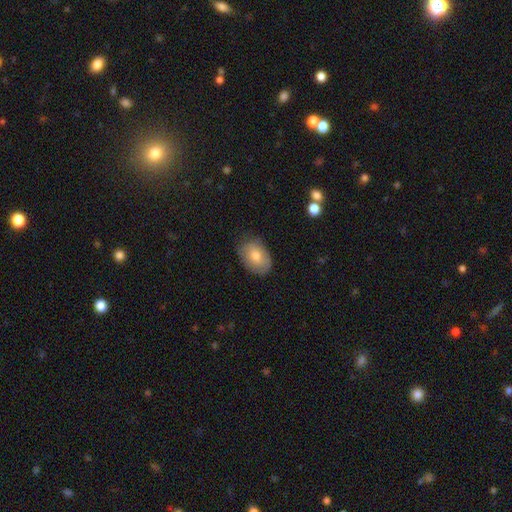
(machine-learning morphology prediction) Smooth or featured: smooth — 72% (featured or disk — 21%)
How rounded: in between — 85% (round — 13%)
Merging: none — 80% (minor disturbance — 16%)